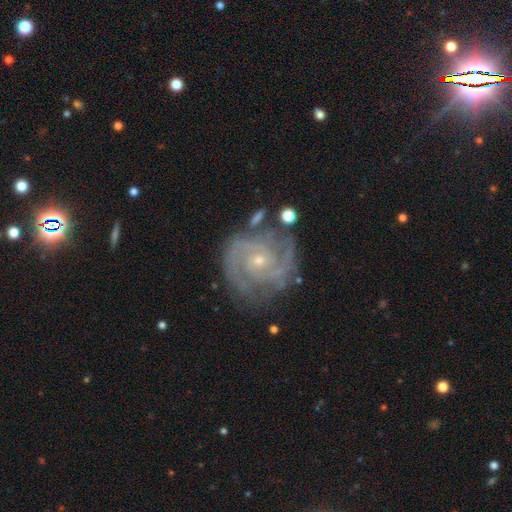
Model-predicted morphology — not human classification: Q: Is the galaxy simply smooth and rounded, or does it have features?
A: featured or disk — 89%.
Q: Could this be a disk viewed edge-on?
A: no — 98%.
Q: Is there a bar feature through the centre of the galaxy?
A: no — 64%.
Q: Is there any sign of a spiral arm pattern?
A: yes — 98%.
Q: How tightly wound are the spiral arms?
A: tight — 64%.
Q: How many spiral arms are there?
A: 2 — 55%.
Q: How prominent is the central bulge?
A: small — 75%.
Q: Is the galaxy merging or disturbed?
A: none — 74%.